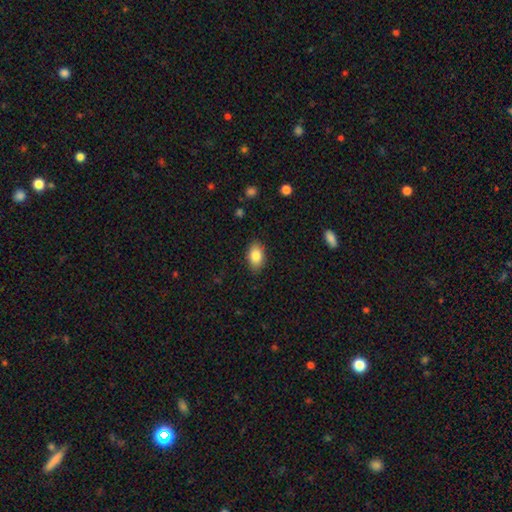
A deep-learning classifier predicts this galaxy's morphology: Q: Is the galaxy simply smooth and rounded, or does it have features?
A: smooth — 83%.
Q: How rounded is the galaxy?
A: in between — 89%.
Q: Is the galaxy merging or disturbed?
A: none — 87%.